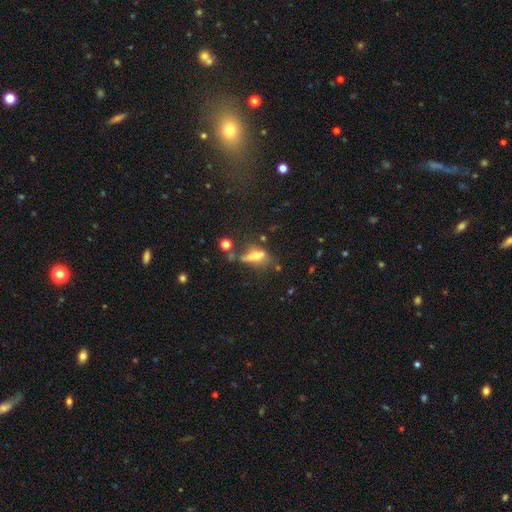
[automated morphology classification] Smooth or featured?
  - smooth: 46% *
  - featured or disk: 37%
  - star or artifact: 17%
Merging?
  - none: 32% *
  - major disturbance: 24%
  - merger: 24%
  - minor disturbance: 20%